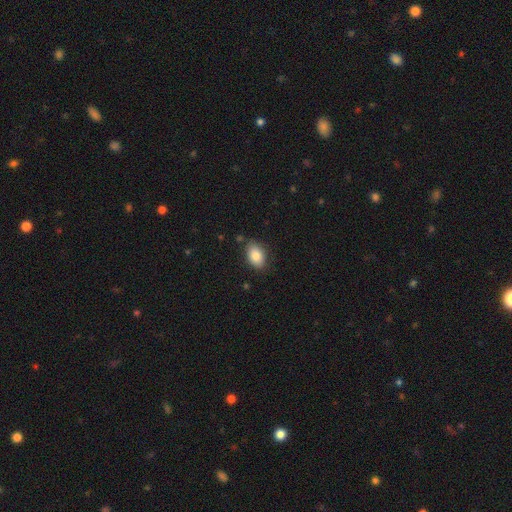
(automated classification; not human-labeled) The model was most divided on "merging": none: 81%, minor disturbance: 14%, major disturbance: 3%, merger: 2%. More confident: how rounded — in between (87%); smooth or featured — smooth (85%).